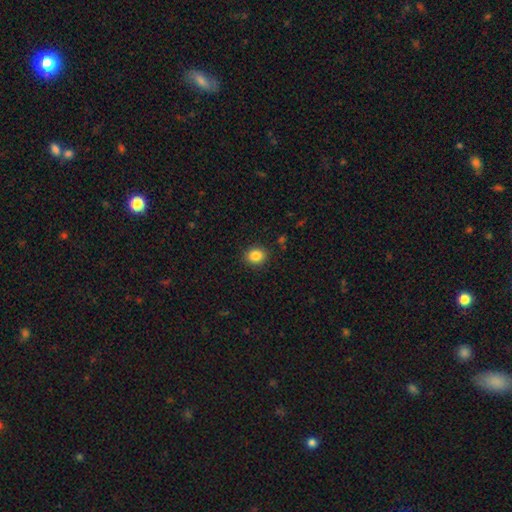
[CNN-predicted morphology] Smooth or featured?
  - smooth: 85% *
  - star or artifact: 10%
  - featured or disk: 5%
How rounded?
  - round: 70% *
  - in between: 29%
  - cigar-shaped: 1%
Merging?
  - none: 90% *
  - minor disturbance: 7%
  - major disturbance: 2%
  - merger: 1%